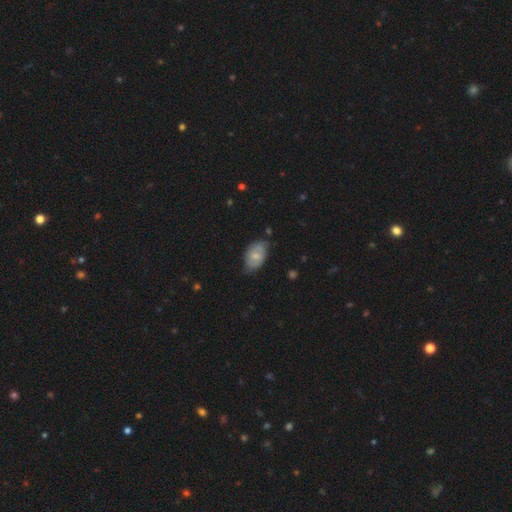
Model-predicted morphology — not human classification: The model was most divided on "smooth or featured": smooth: 56%, featured or disk: 37%, star or artifact: 7%. More confident: how rounded — in between (90%); merging — none (62%).